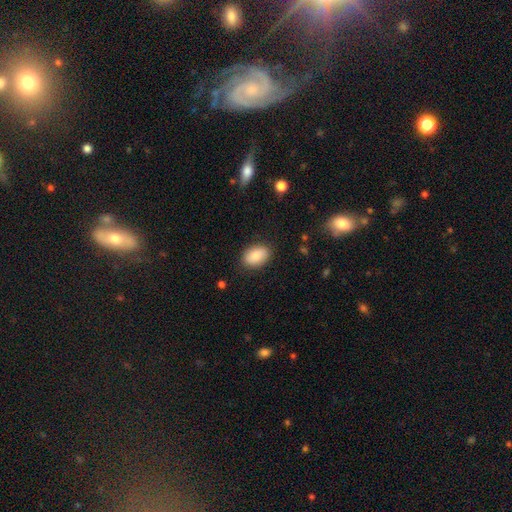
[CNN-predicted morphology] The model was most divided on "how rounded": in between: 85%, round: 14%, cigar-shaped: 1%. More confident: smooth or featured — smooth (86%); merging — none (85%).